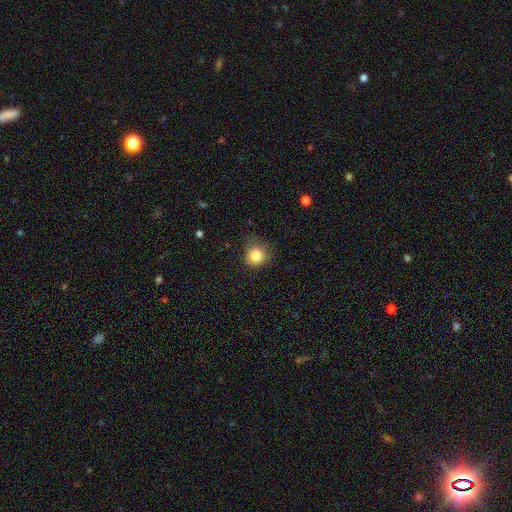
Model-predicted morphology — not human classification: The model was most divided on "merging": none: 66%, minor disturbance: 25%, major disturbance: 8%, merger: 1%. More confident: how rounded — round (85%); smooth or featured — smooth (83%).